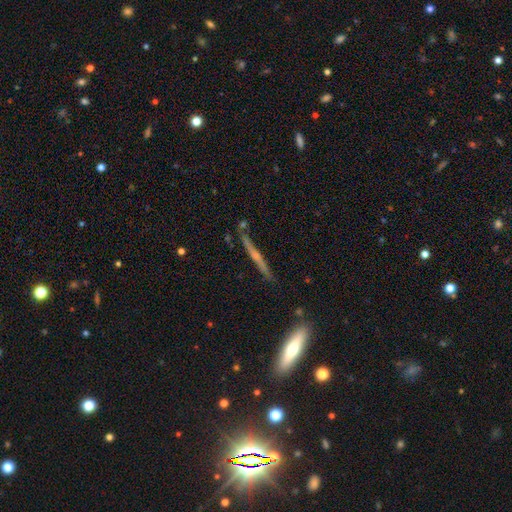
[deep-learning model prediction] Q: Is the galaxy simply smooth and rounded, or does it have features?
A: featured or disk — 67%.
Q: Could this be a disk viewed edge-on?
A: yes — 97%.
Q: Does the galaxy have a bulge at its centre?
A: rounded — 51%.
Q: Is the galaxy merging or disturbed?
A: none — 83%.